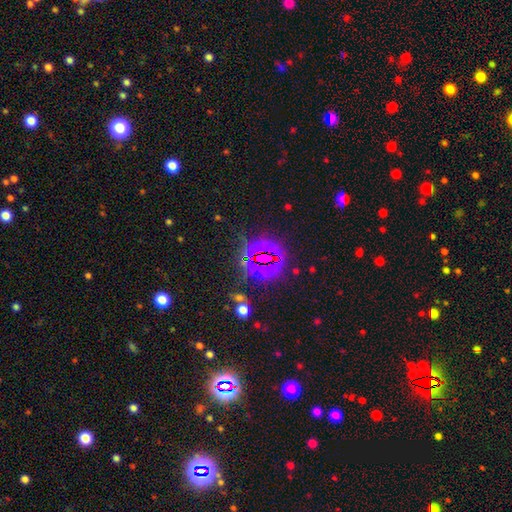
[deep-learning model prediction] Overall: star or artifact (79%).